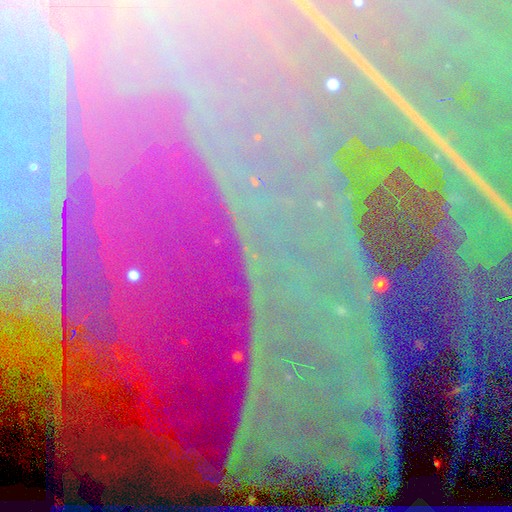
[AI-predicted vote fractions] The model was most divided on "smooth or featured": star or artifact: 86%, featured or disk: 8%, smooth: 6%.